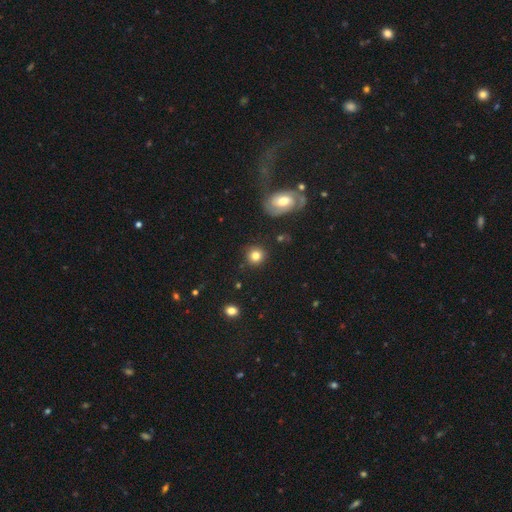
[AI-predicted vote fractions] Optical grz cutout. It shows a smooth galaxy with no disk features (80%) that is round (90%). Merging: none (86%).